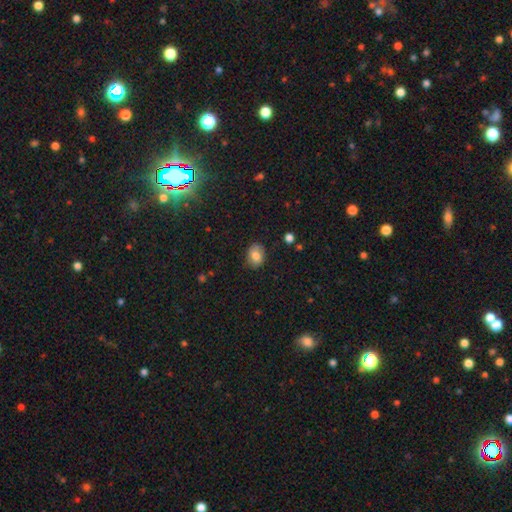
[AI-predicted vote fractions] Morphology: type=smooth (79%); roundness=in between (59%); merging=none (80%).